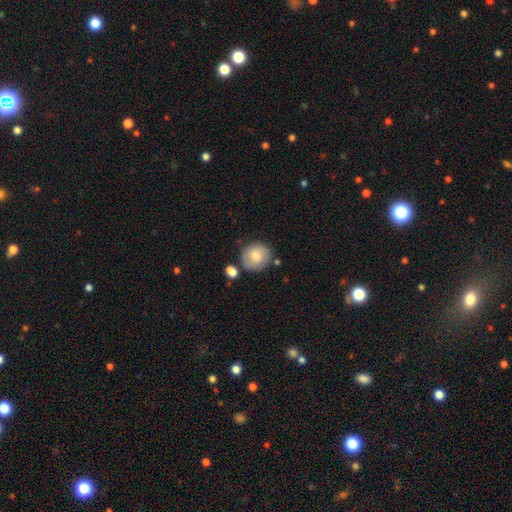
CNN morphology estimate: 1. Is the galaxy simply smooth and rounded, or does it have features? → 80% smooth, 13% featured or disk, 7% star or artifact.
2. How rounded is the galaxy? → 88% round, 11% in between, 1% cigar-shaped.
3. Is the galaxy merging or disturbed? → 73% none, 15% minor disturbance, 9% merger, 4% major disturbance.